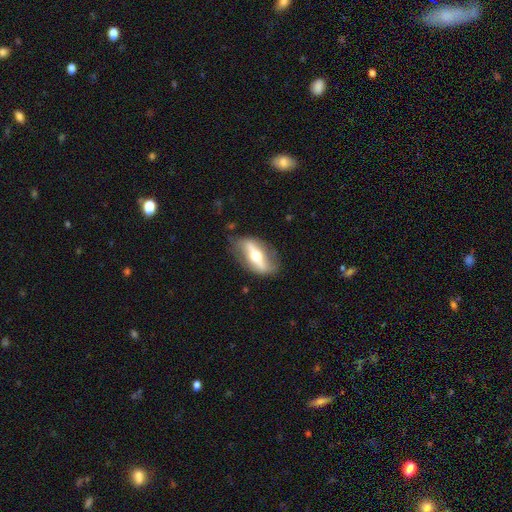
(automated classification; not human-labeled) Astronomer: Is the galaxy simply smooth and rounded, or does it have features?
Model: featured or disk — 64%.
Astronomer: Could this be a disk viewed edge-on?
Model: no — 54% (runner-up: yes, 46%).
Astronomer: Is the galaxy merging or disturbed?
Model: none — 76%.